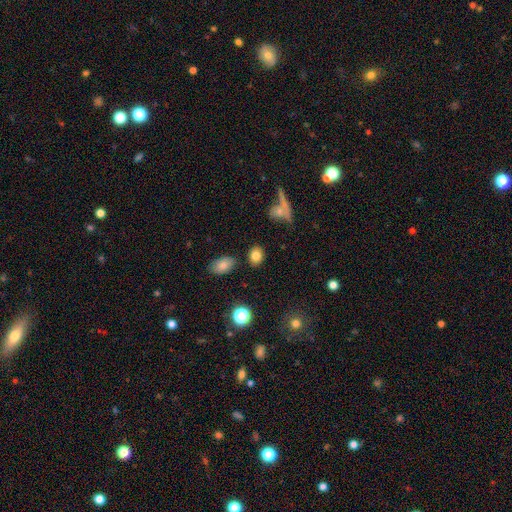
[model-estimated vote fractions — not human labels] Smooth or featured? smooth (82%)
How rounded? in between (55%)
Merging? none (83%)